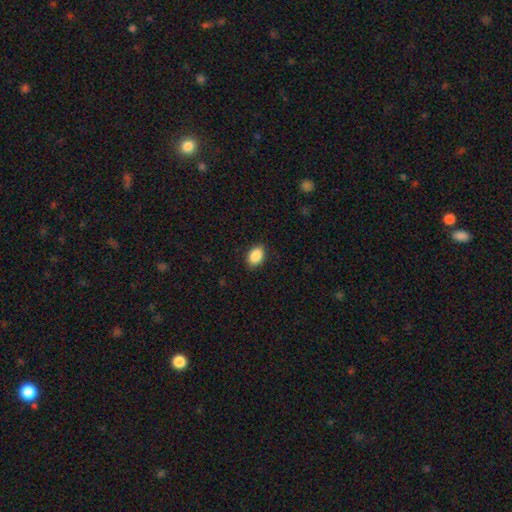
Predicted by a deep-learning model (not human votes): A smooth galaxy with no disk features (89%) that is in between round and cigar-shaped (83%).

Vote fractions:
- Smooth or featured? smooth: 89% / star or artifact: 8% / featured or disk: 4%
- How rounded? in between: 83% / round: 16% / cigar-shaped: 1%
- Merging? none: 88% / minor disturbance: 9% / major disturbance: 2% / merger: 1%